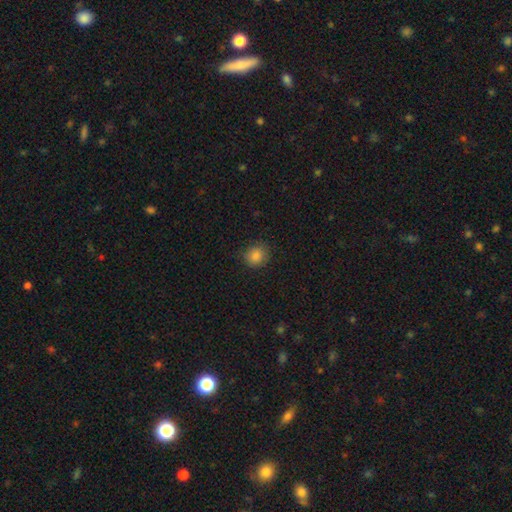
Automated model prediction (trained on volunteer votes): Overall: smooth (84%). How rounded: round (83%). Merging: none (83%).